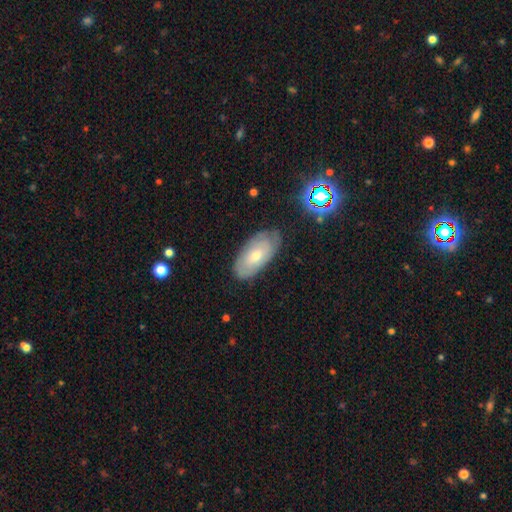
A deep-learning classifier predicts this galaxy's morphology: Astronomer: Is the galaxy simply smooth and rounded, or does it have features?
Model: featured or disk — 46%, tied with smooth at 46%.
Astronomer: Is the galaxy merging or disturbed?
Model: none — 78%.